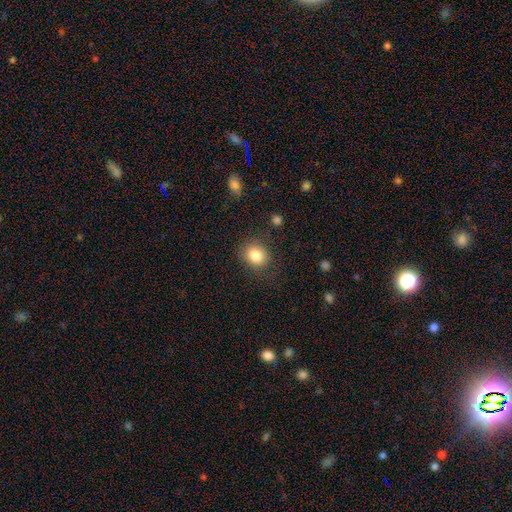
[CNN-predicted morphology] Smooth or featured?
  - smooth: 83% *
  - star or artifact: 9%
  - featured or disk: 7%
How rounded?
  - round: 61% *
  - in between: 38%
  - cigar-shaped: 1%
Merging?
  - none: 82% *
  - minor disturbance: 12%
  - major disturbance: 4%
  - merger: 2%